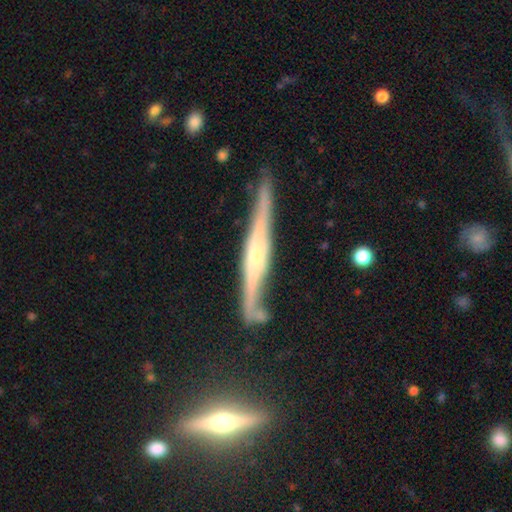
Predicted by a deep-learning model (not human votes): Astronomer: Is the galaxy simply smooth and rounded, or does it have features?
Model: featured or disk — 80%.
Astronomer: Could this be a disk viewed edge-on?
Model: yes — 94%.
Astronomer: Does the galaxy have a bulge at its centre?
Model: rounded — 62%.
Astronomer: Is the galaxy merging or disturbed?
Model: none — 73%.